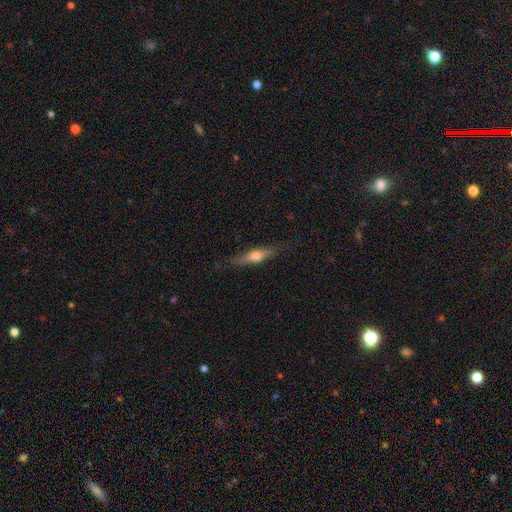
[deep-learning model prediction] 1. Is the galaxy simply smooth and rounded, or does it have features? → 47% featured or disk, 46% smooth, 6% star or artifact.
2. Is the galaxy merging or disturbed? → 80% none, 15% minor disturbance, 4% major disturbance, 1% merger.